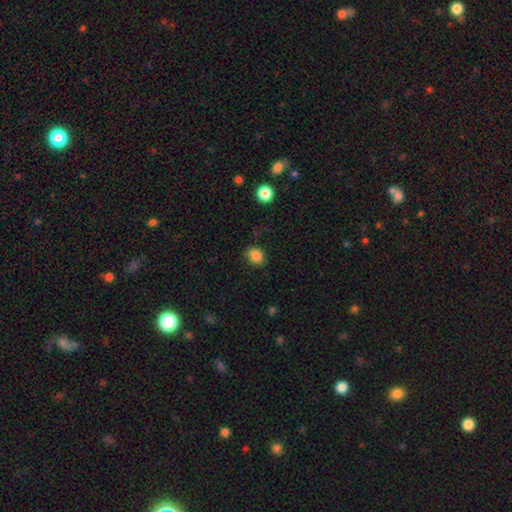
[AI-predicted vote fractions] A smooth galaxy with no disk features (86%) that is round (61%).

Vote fractions:
- Smooth or featured? smooth: 86% / star or artifact: 11% / featured or disk: 4%
- How rounded? round: 61% / in between: 38% / cigar-shaped: 1%
- Merging? none: 78% / minor disturbance: 17% / major disturbance: 4% / merger: 1%